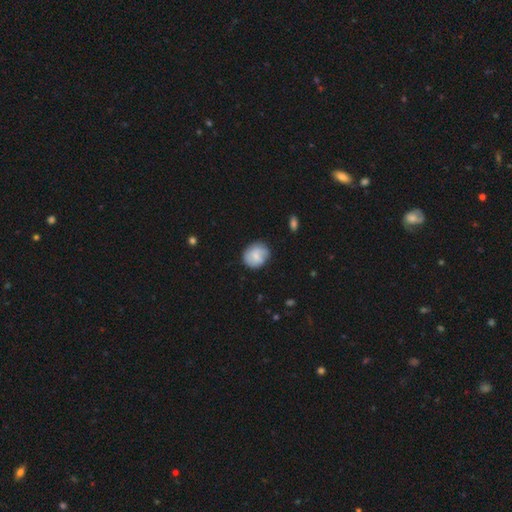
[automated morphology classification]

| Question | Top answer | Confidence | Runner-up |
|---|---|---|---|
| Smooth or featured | smooth | 63% | featured or disk (30%) |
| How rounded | round | 73% | in between (26%) |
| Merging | none | 71% | minor disturbance (22%) |